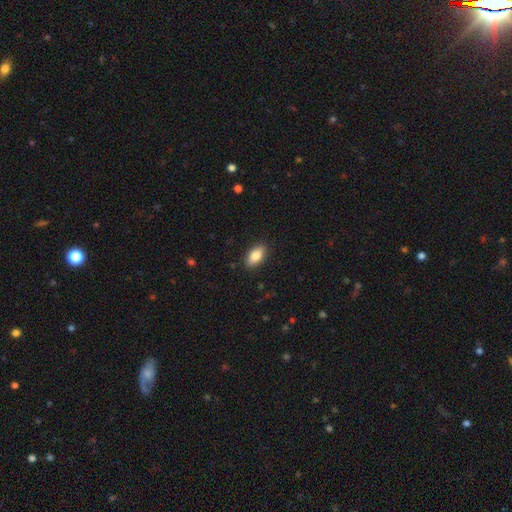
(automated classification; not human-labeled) Smooth or featured? Predicted: smooth (p=0.85). How rounded? Predicted: in between (p=0.91). Merging? Predicted: none (p=0.89).